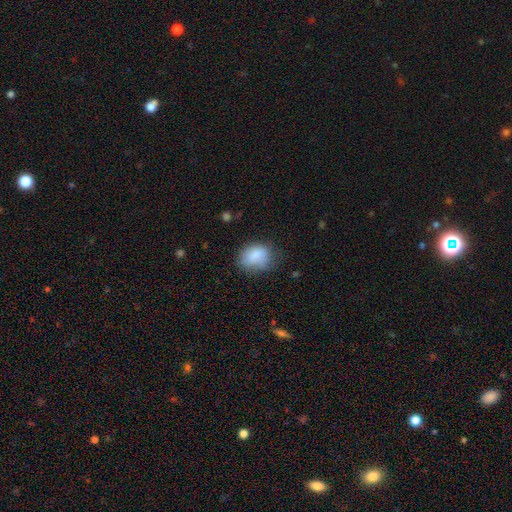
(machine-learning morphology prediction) Overall: smooth (84%). How rounded: in between (61%; round 38%). Merging: none (60%; minor disturbance 29%).